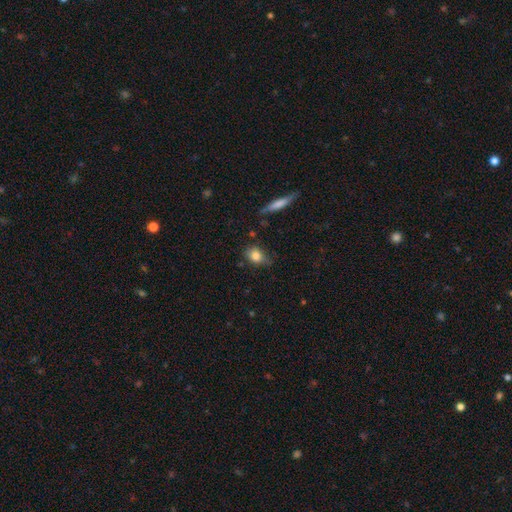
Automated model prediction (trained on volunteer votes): Morphology: type=smooth (81%); roundness=in between (62%); merging=none (71%).